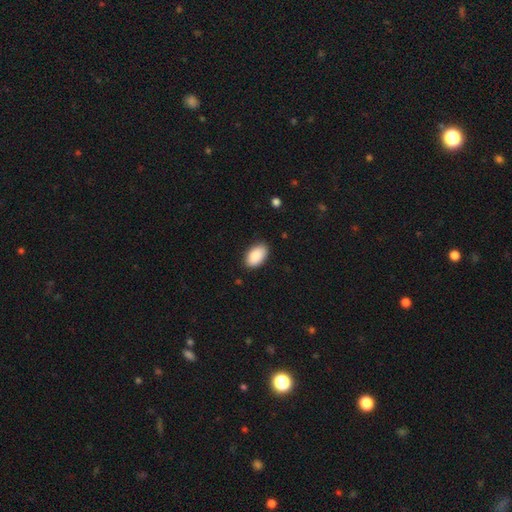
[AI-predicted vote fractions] smooth-or-featured: smooth: 89% | star or artifact: 6% | featured or disk: 4%
  how-rounded: in between: 95% | round: 4% | cigar-shaped: 1%
  merging: none: 86% | minor disturbance: 11% | major disturbance: 2% | merger: 1%